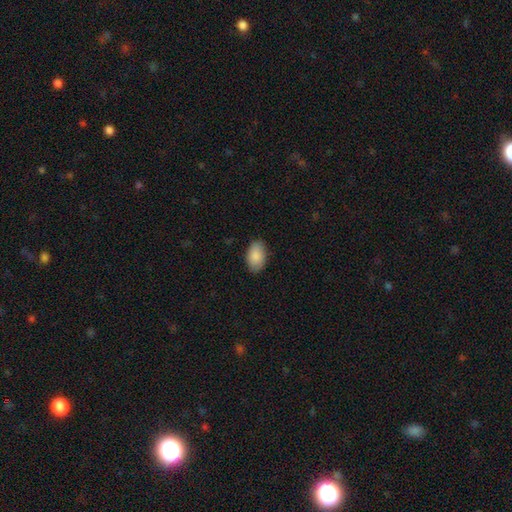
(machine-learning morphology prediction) Smooth or featured?
  - smooth: 89% *
  - star or artifact: 6%
  - featured or disk: 5%
How rounded?
  - in between: 92% *
  - round: 6%
  - cigar-shaped: 1%
Merging?
  - none: 85% *
  - minor disturbance: 12%
  - major disturbance: 2%
  - merger: 1%